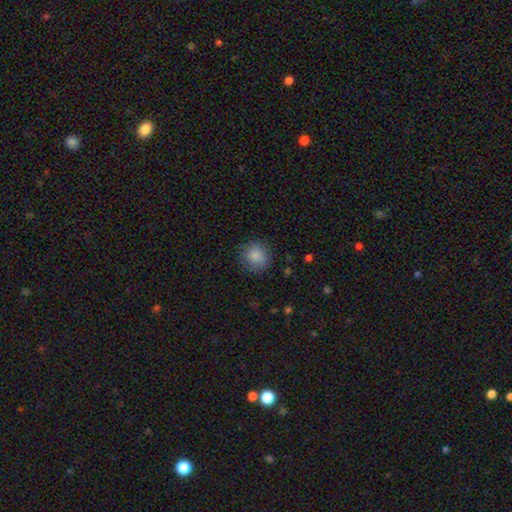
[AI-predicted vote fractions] smooth 85%, star or artifact 10%, featured or disk 5%. Down the decision tree: how rounded — round (89%); merging — none (84%).